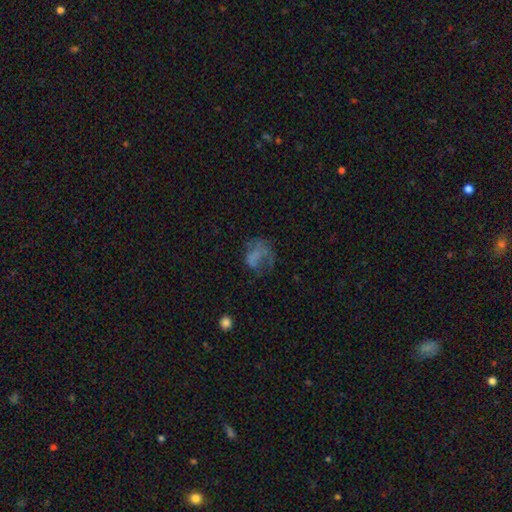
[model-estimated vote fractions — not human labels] Smooth or featured?
  - smooth: 46% *
  - featured or disk: 36%
  - star or artifact: 18%
Merging?
  - major disturbance: 43% *
  - none: 32%
  - minor disturbance: 21%
  - merger: 4%